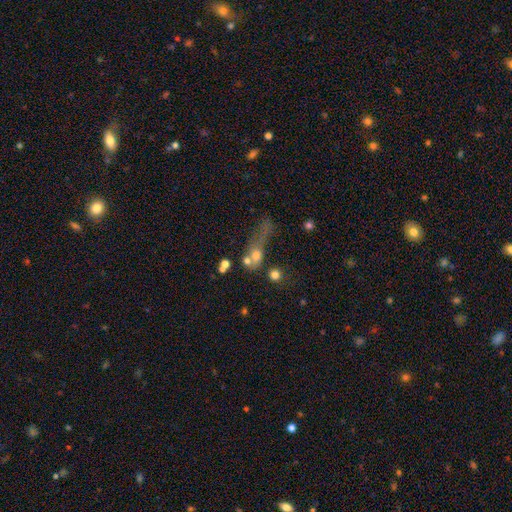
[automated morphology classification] smooth-or-featured: smooth: 57% | featured or disk: 25% | star or artifact: 19%
  how-rounded: round: 46% | in between: 37% | cigar-shaped: 17%
  merging: merger: 35% | major disturbance: 33% | none: 20% | minor disturbance: 12%